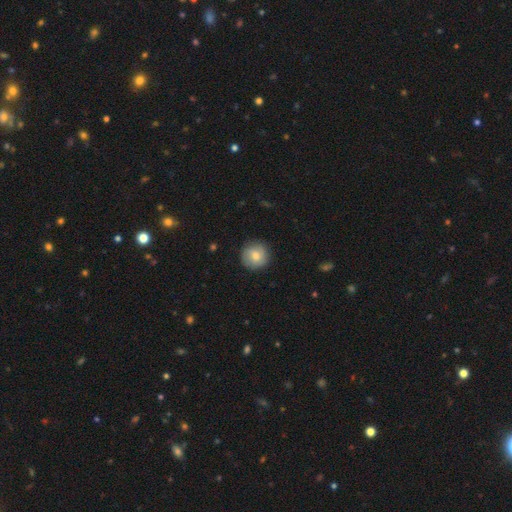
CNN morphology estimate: Q: Smooth or featured?
A: smooth (75%); runner-up: featured or disk (17%)
Q: How rounded?
A: round (94%); runner-up: in between (5%)
Q: Merging?
A: none (88%); runner-up: minor disturbance (9%)